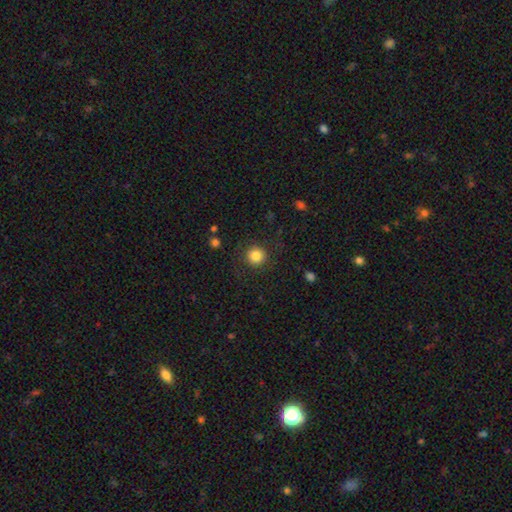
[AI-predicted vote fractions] Smooth or featured?
  - smooth: 83% *
  - star or artifact: 11%
  - featured or disk: 6%
How rounded?
  - round: 94% *
  - in between: 5%
  - cigar-shaped: 1%
Merging?
  - none: 87% *
  - minor disturbance: 7%
  - major disturbance: 4%
  - merger: 1%